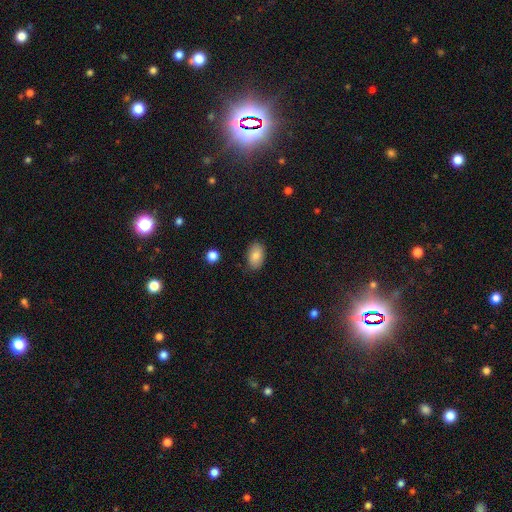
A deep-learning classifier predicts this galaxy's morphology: smooth_or_featured: smooth (p=0.85) [alt: featured or disk p=0.08]
how_rounded: in between (p=0.90) [alt: round p=0.09]
merging: none (p=0.84) [alt: minor disturbance p=0.12]